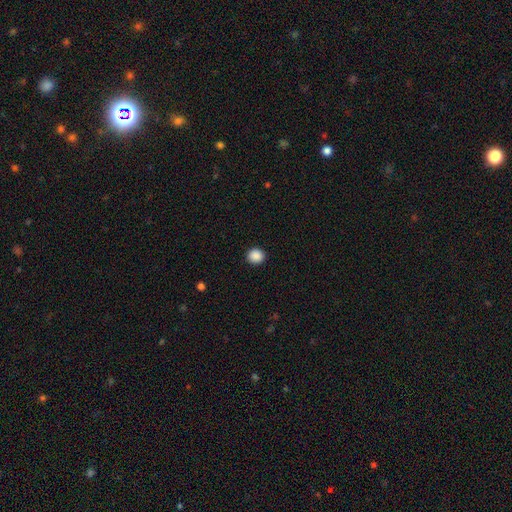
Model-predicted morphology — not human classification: Smooth or featured?
  - smooth: 89% *
  - star or artifact: 9%
  - featured or disk: 2%
How rounded?
  - round: 86% *
  - in between: 13%
  - cigar-shaped: 1%
Merging?
  - none: 92% *
  - minor disturbance: 5%
  - major disturbance: 2%
  - merger: 1%